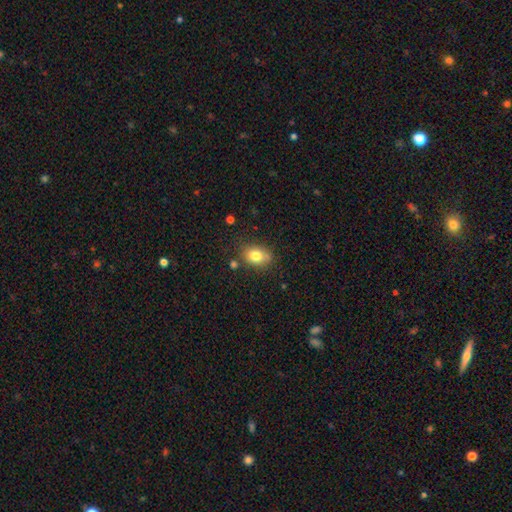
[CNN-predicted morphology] Overall: smooth (80%). How rounded: in between (67%; round 32%). Merging: none (72%).